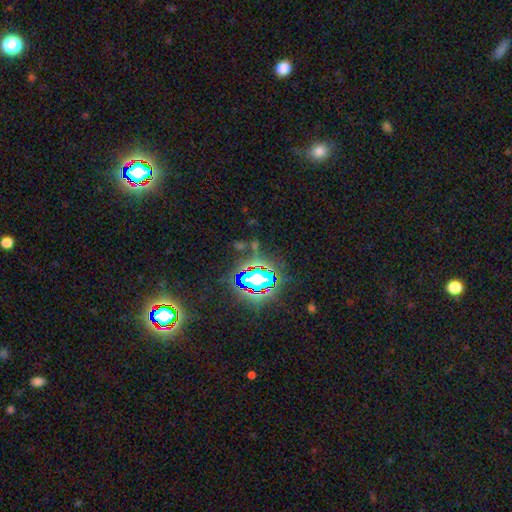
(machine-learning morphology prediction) Smooth or featured? star or artifact (80%)